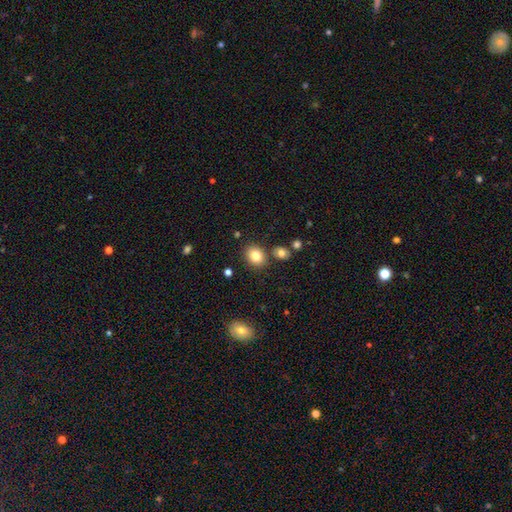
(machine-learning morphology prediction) smooth-or-featured: smooth: 81% | star or artifact: 10% | featured or disk: 8%
  how-rounded: round: 52% | in between: 47% | cigar-shaped: 1%
  merging: none: 79% | minor disturbance: 10% | merger: 9% | major disturbance: 3%